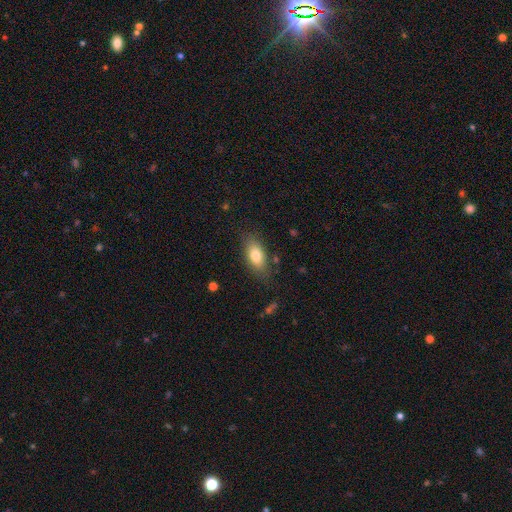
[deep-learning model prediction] smooth-or-featured: smooth: 77% | featured or disk: 15% | star or artifact: 8%
  how-rounded: in between: 85% | cigar-shaped: 10% | round: 5%
  merging: none: 79% | minor disturbance: 15% | major disturbance: 4% | merger: 2%